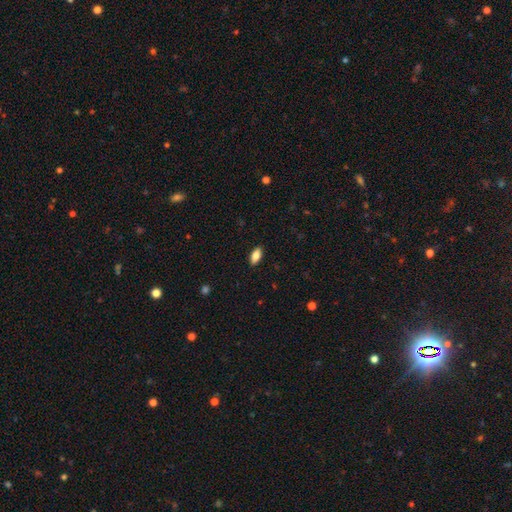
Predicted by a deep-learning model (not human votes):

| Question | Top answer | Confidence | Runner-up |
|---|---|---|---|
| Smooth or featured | smooth | 83% | featured or disk (10%) |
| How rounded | in between | 88% | cigar-shaped (9%) |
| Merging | none | 89% | minor disturbance (8%) |